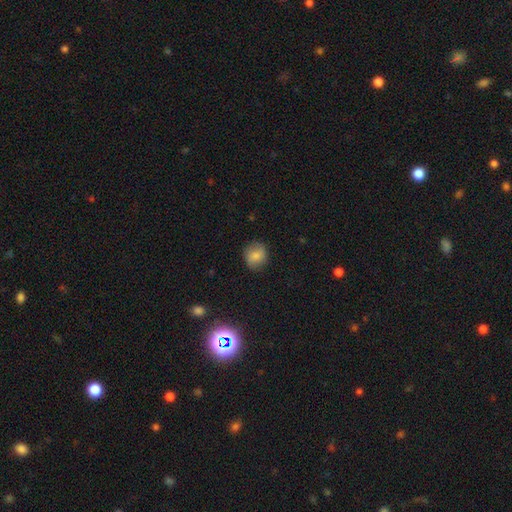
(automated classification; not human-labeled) This is likely a smooth galaxy (79%). How rounded: clearly round (82%). Merging: clearly none (83%).